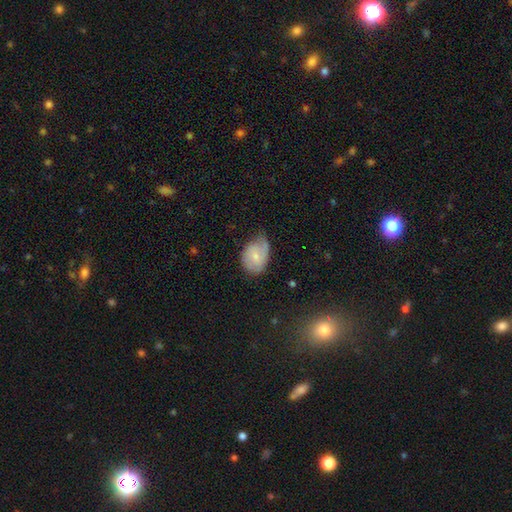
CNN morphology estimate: This is likely a smooth galaxy (62%). How rounded: likely in between (72%). Merging: marginally minor disturbance (43%).